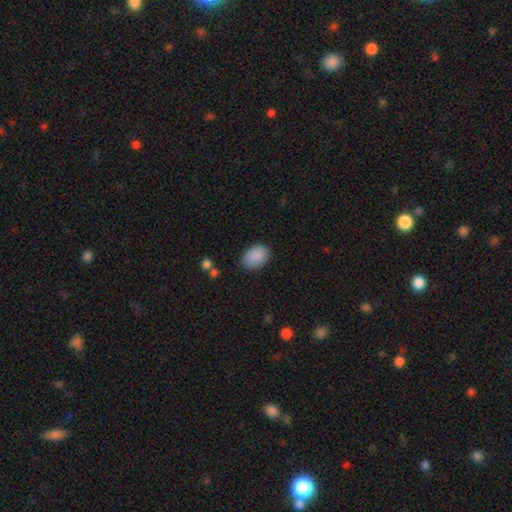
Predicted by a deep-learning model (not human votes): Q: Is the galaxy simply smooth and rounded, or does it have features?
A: smooth — 90%.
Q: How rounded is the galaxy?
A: in between — 84%.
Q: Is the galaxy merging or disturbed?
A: none — 85%.